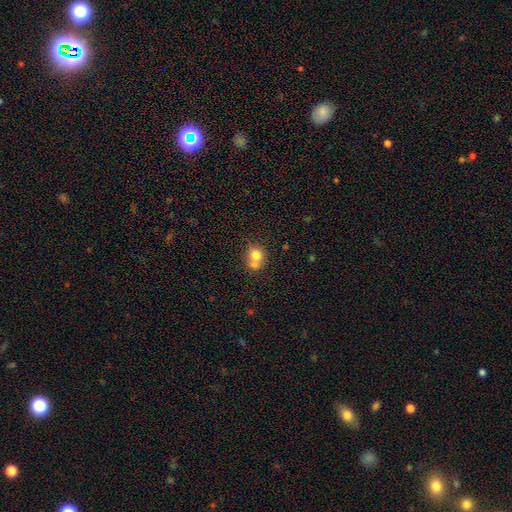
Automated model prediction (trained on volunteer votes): Smooth or featured? smooth (75%)
How rounded? round (73%)
Merging? merger (50%)